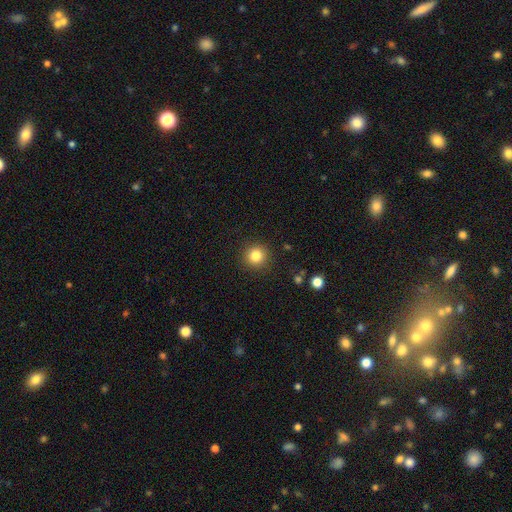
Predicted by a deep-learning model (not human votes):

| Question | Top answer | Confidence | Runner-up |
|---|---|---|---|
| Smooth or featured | smooth | 83% | star or artifact (11%) |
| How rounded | round | 94% | in between (5%) |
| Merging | none | 91% | minor disturbance (6%) |